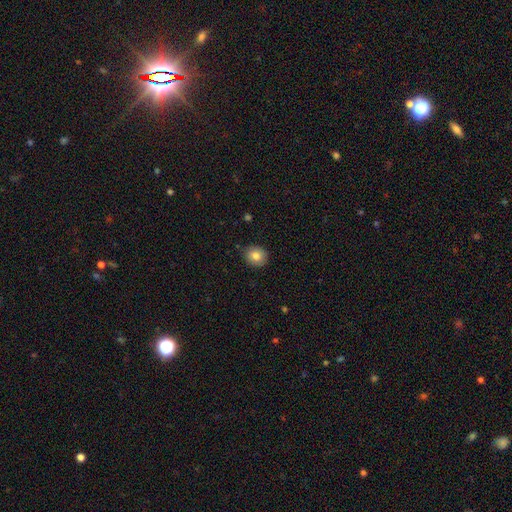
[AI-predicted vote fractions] Morphology: type=smooth (82%); roundness=round (73%); merging=none (88%).